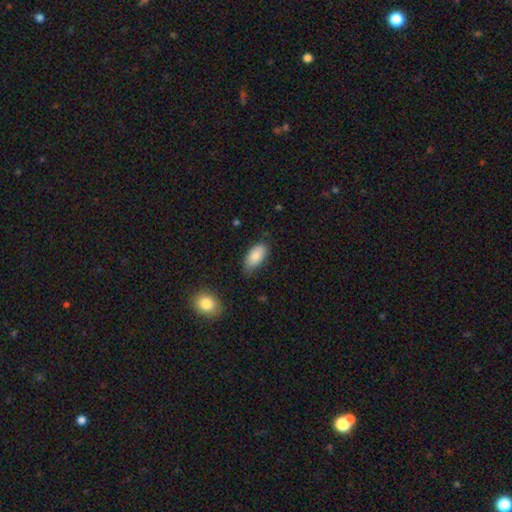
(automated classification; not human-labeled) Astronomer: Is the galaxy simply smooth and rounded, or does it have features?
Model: smooth — 82%.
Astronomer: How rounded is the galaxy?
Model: in between — 93%.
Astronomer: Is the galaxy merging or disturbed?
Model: none — 67%.